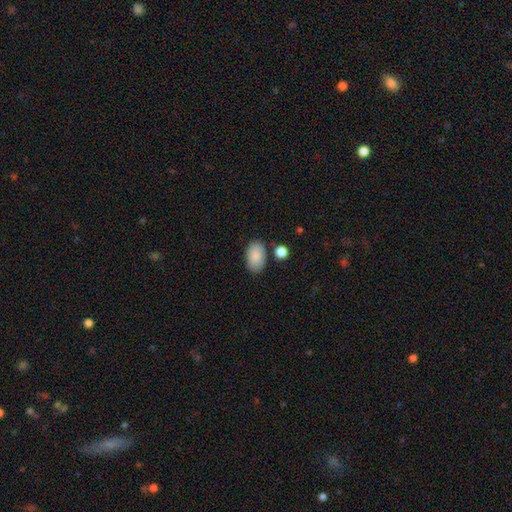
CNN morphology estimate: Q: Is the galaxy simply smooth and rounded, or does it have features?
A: smooth — 86%.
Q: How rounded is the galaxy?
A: in between — 92%.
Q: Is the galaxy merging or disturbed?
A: none — 78%.